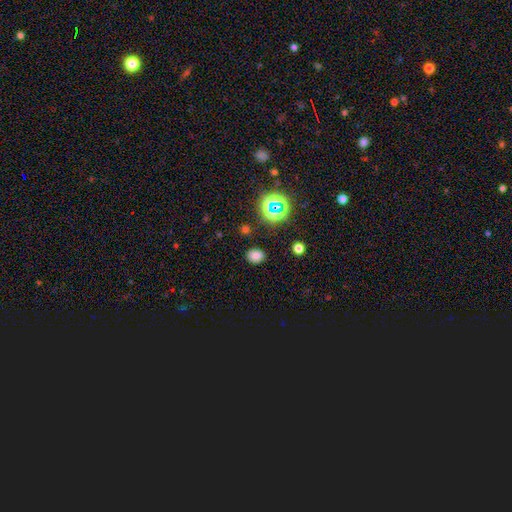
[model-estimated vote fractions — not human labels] Morphology: type=smooth (74%); roundness=in between (51%); merging=none (86%).